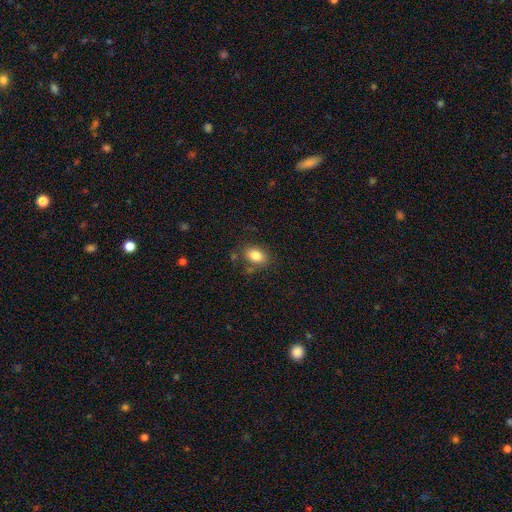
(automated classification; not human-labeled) Overall: smooth (82%). How rounded: in between (77%). Merging: none (77%).